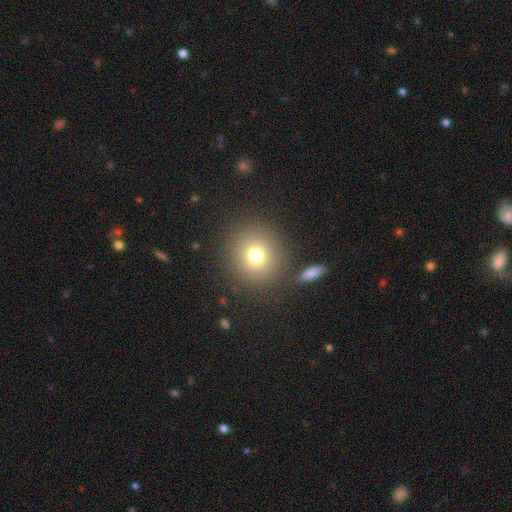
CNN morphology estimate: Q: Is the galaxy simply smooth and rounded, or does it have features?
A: smooth — 75%.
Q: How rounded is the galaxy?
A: round — 90%.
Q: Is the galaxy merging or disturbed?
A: none — 84%.